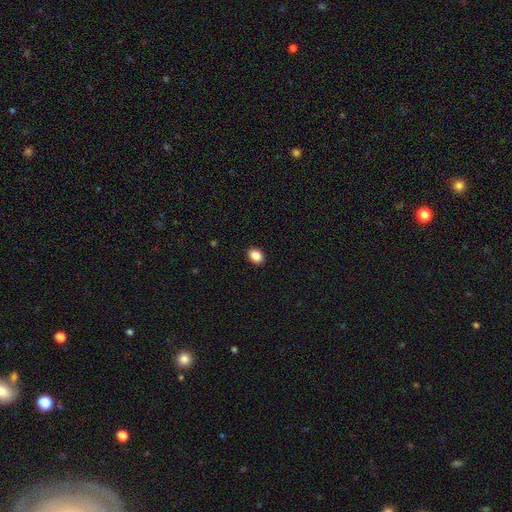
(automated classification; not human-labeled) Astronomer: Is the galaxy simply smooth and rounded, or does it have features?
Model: smooth — 88%.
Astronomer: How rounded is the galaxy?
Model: in between — 67%.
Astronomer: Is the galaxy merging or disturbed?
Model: none — 91%.